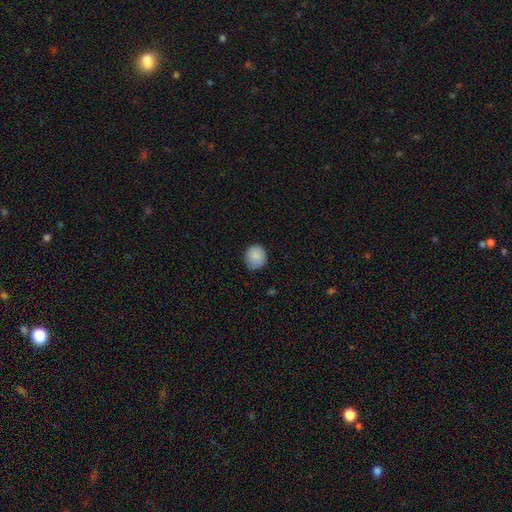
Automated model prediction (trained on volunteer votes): Smooth or featured? smooth (88%)
How rounded? round (89%)
Merging? none (85%)